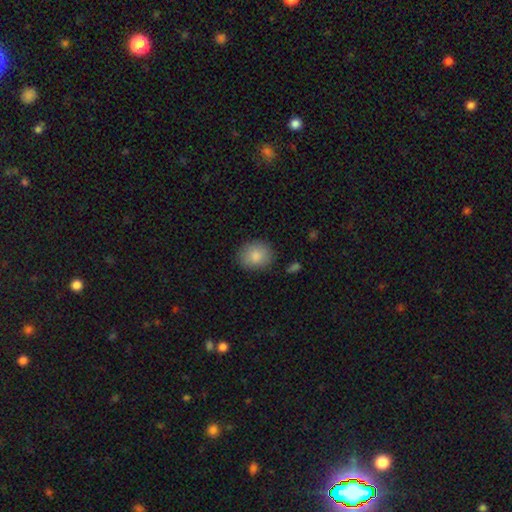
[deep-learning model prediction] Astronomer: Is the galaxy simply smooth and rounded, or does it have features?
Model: smooth — 86%.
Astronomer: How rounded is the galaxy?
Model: round — 61% (runner-up: in between, 38%).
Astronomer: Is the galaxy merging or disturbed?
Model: none — 84%.